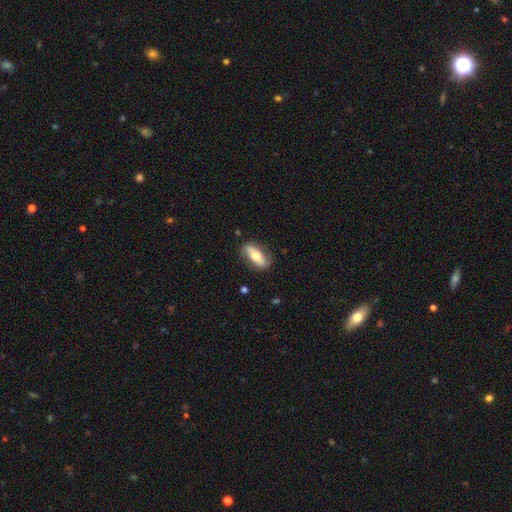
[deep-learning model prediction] Smooth or featured?
  - featured or disk: 48% *
  - smooth: 46%
  - star or artifact: 6%
Merging?
  - none: 78% *
  - minor disturbance: 16%
  - major disturbance: 5%
  - merger: 2%